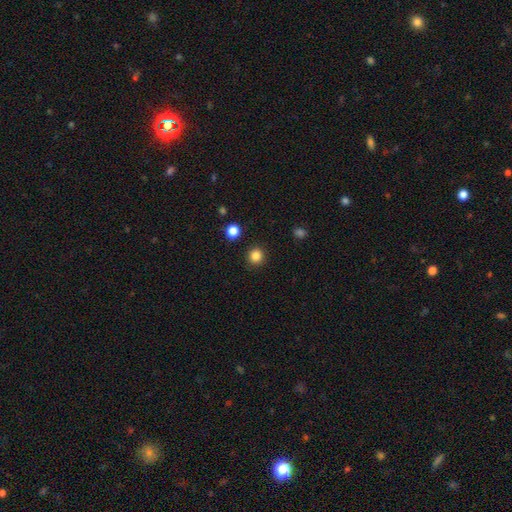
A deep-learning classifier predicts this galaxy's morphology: Smooth or featured?
  - smooth: 85% *
  - star or artifact: 12%
  - featured or disk: 3%
How rounded?
  - round: 94% *
  - in between: 5%
  - cigar-shaped: 1%
Merging?
  - none: 92% *
  - minor disturbance: 5%
  - major disturbance: 2%
  - merger: 2%